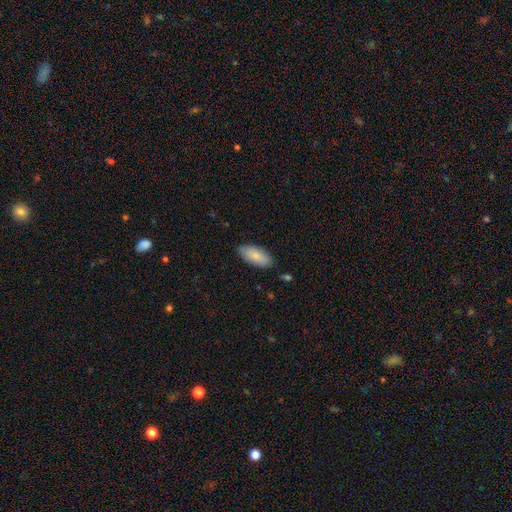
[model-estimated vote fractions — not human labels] smooth 82%, featured or disk 12%, star or artifact 6%. Down the decision tree: how rounded — in between (90%); merging — none (84%).